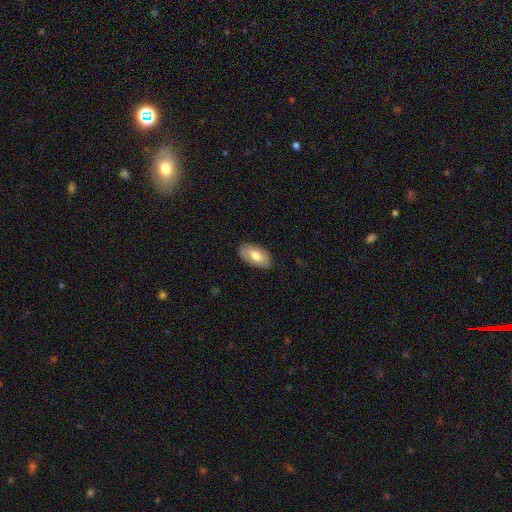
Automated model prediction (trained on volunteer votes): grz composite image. It shows a smooth galaxy with no disk features (65%) that is in between round and cigar-shaped (94%). Merging: none (84%).